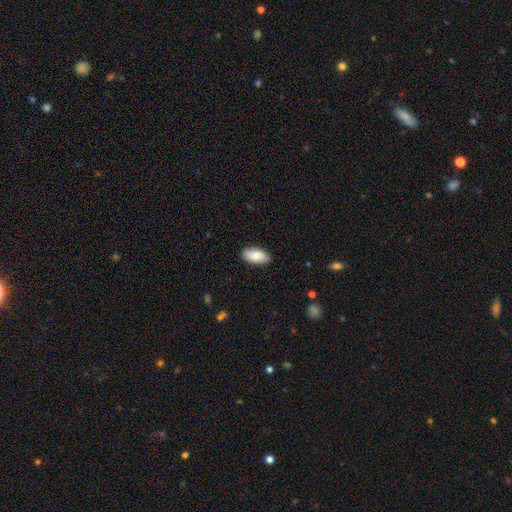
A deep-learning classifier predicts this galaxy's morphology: This appears to be a smooth galaxy with no disk features (83%) that is in between round and cigar-shaped (93%). Merging: none (88%).